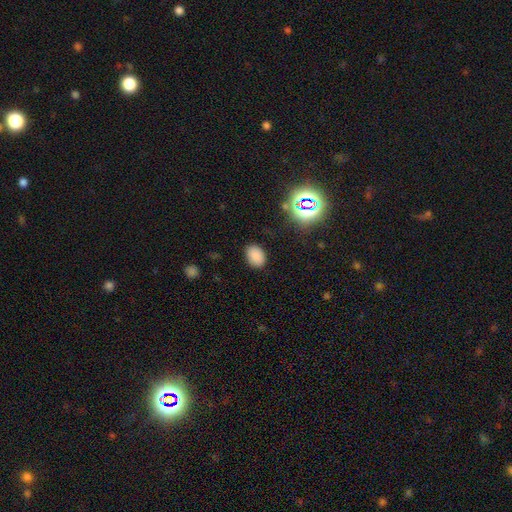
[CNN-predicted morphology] Smooth or featured? Predicted: smooth (p=0.81). How rounded? Predicted: in between (p=0.78). Merging? Predicted: none (p=0.85).